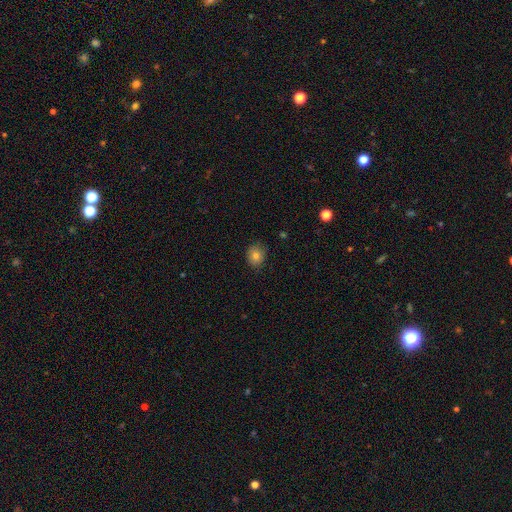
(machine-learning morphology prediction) The model was most divided on "how rounded": round: 73%, in between: 26%, cigar-shaped: 1%. More confident: merging — none (84%); smooth or featured — smooth (81%).